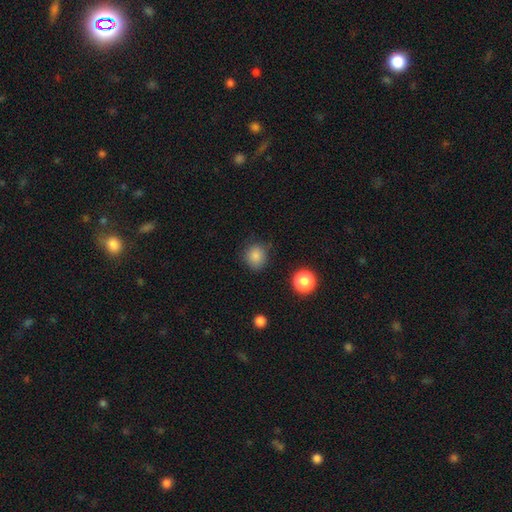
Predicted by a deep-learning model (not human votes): Smooth or featured?
  - smooth: 84% *
  - star or artifact: 11%
  - featured or disk: 4%
How rounded?
  - round: 80% *
  - in between: 19%
  - cigar-shaped: 1%
Merging?
  - none: 79% *
  - minor disturbance: 15%
  - major disturbance: 4%
  - merger: 2%